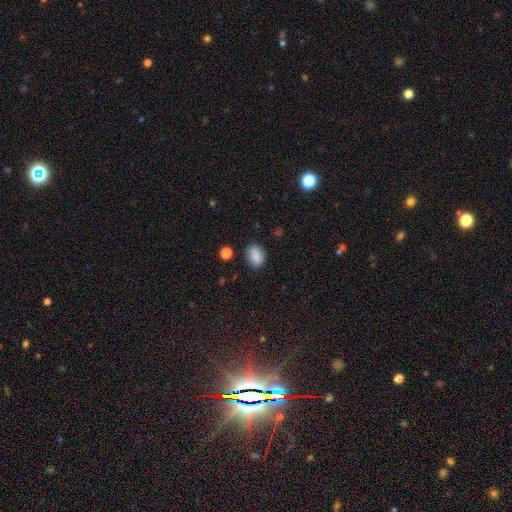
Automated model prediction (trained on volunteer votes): Smooth or featured?
  - smooth: 85% *
  - star or artifact: 9%
  - featured or disk: 6%
How rounded?
  - in between: 79% *
  - round: 20%
  - cigar-shaped: 2%
Merging?
  - none: 79% *
  - minor disturbance: 15%
  - major disturbance: 4%
  - merger: 2%